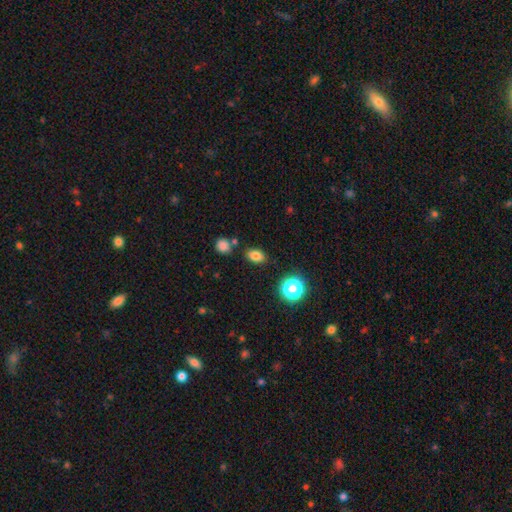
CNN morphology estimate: Overall: smooth (80%). How rounded: in between (79%). Merging: none (82%).